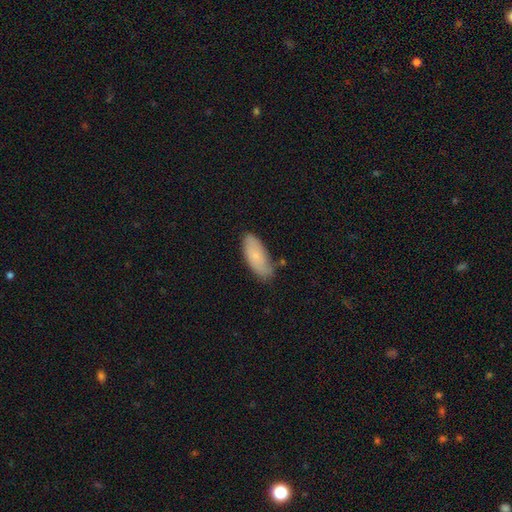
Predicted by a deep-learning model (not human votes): A smooth galaxy with no disk features (71%) that is in between round and cigar-shaped (82%).

Vote fractions:
- Smooth or featured? smooth: 71% / featured or disk: 22% / star or artifact: 7%
- How rounded? in between: 82% / cigar-shaped: 16% / round: 2%
- Merging? none: 69% / minor disturbance: 23% / merger: 4% / major disturbance: 4%